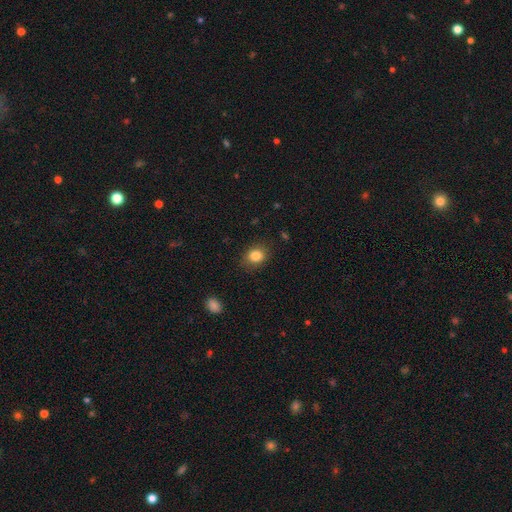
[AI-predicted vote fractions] Morphology: type=smooth (84%); roundness=round (54%); merging=none (84%).